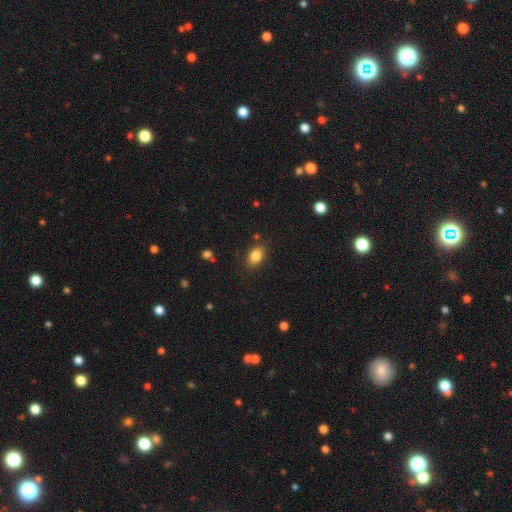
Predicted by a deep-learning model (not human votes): Smooth or featured?
  - smooth: 84% *
  - star or artifact: 9%
  - featured or disk: 6%
How rounded?
  - in between: 82% *
  - round: 16%
  - cigar-shaped: 2%
Merging?
  - none: 83% *
  - minor disturbance: 11%
  - major disturbance: 3%
  - merger: 2%